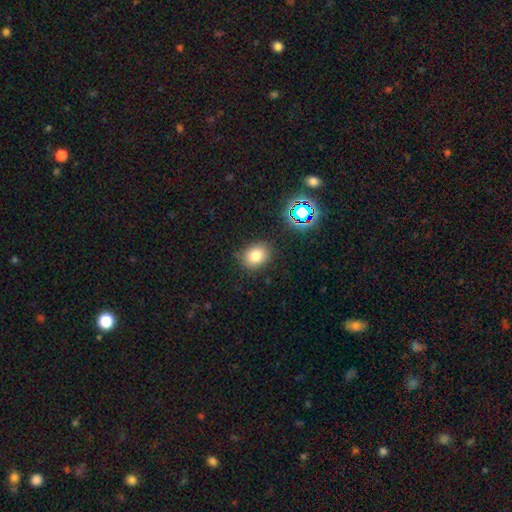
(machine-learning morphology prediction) smooth-or-featured: smooth: 78% | star or artifact: 14% | featured or disk: 8%
  how-rounded: in between: 51% | round: 49% | cigar-shaped: 1%
  merging: none: 81% | minor disturbance: 13% | major disturbance: 3% | merger: 2%